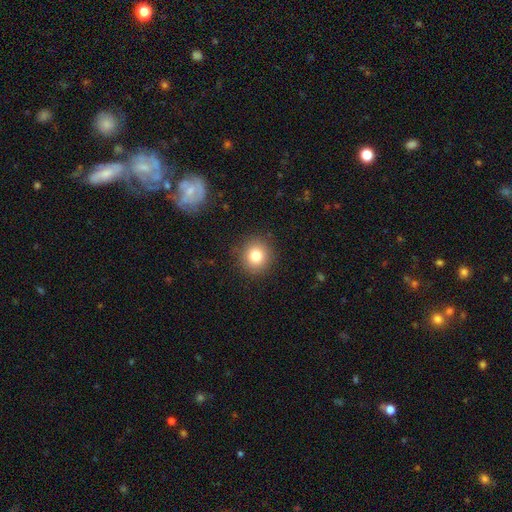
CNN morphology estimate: A smooth galaxy with no disk features (81%) that is round (90%). Merging: none (89%).